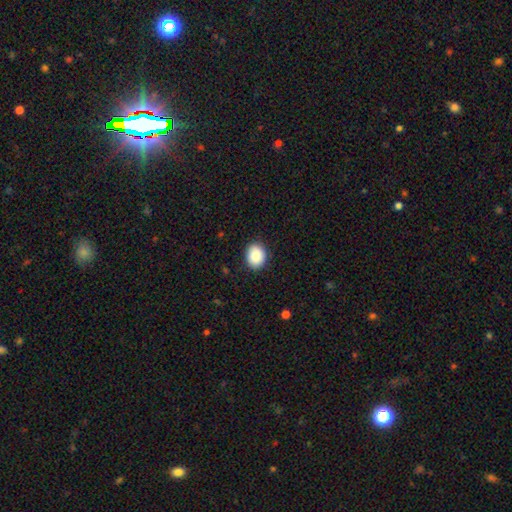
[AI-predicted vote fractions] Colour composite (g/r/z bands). It shows a smooth galaxy with no disk features (89%) that is round (52%). Merging: none (88%).